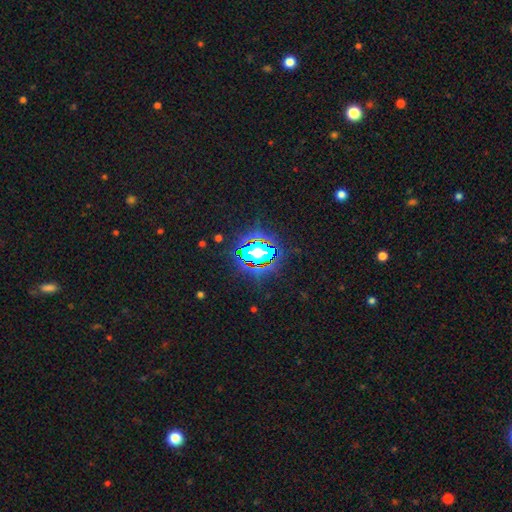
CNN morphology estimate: This appears to be a star or artifact, not a galaxy (75%).